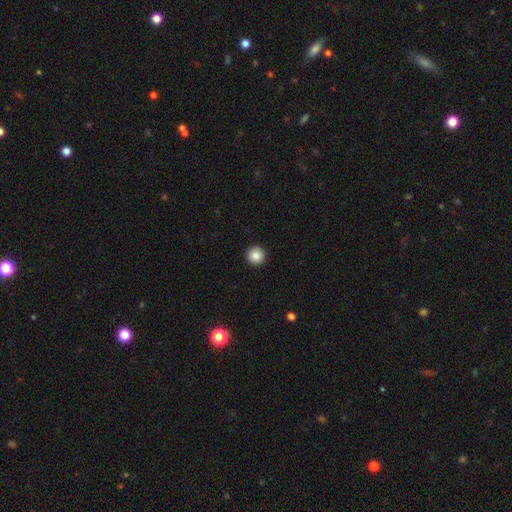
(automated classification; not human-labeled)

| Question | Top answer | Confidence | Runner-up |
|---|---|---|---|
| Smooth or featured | smooth | 87% | star or artifact (9%) |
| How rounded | round | 96% | in between (3%) |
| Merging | none | 94% | minor disturbance (4%) |